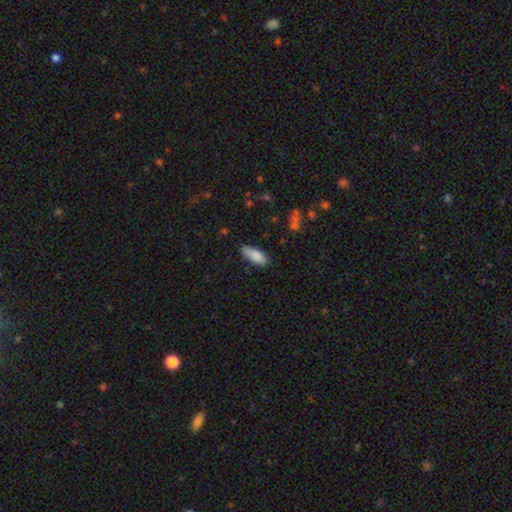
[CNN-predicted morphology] smooth 86%, featured or disk 7%, star or artifact 6%. Down the decision tree: how rounded — in between (75%); merging — none (82%).